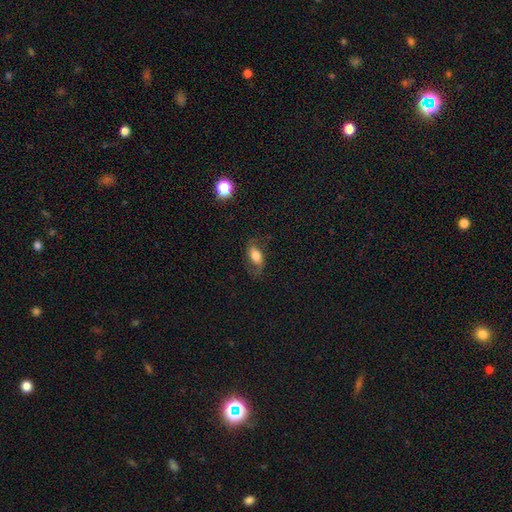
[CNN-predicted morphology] This appears to be a smooth galaxy with no disk features (58%) that is in between round and cigar-shaped (86%). Merging: none (66%).